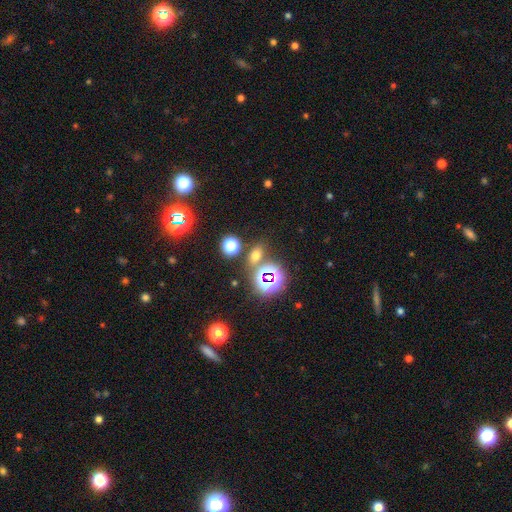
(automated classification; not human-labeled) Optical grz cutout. It shows a smooth galaxy with no disk features (53%) that is in between round and cigar-shaped (57%). Merging: none (74%).